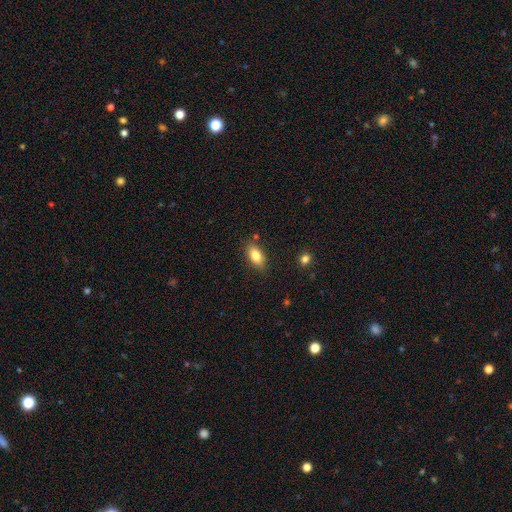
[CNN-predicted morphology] Smooth or featured: smooth — 81% (featured or disk — 11%)
How rounded: in between — 88% (cigar-shaped — 8%)
Merging: none — 83% (minor disturbance — 12%)